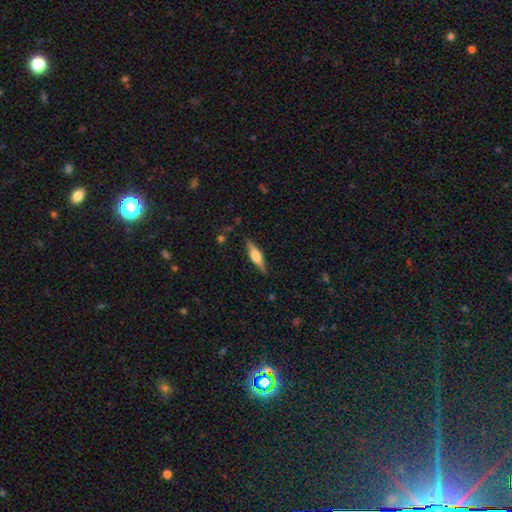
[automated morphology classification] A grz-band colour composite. It shows a featured or disk galaxy (61%) viewed edge-on (96%) with a rounded central bulge (83%). Merging: none (87%).